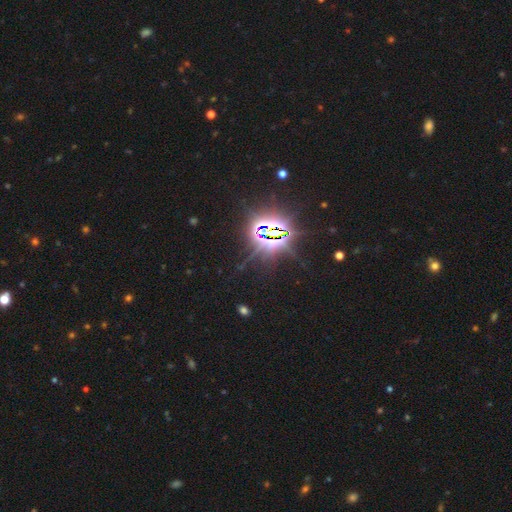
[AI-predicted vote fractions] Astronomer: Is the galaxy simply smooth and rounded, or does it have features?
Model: star or artifact — 86%.